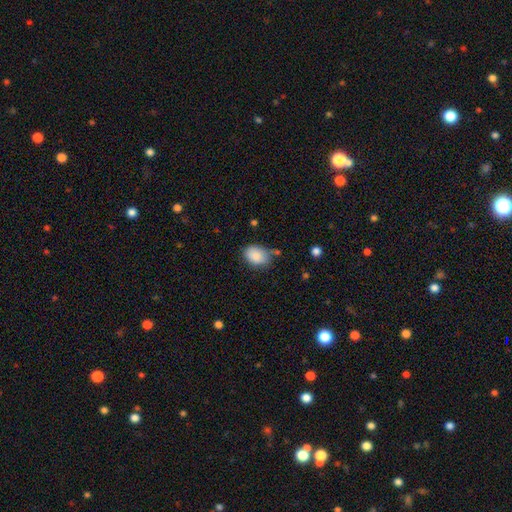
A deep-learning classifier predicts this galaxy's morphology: Q: Smooth or featured?
A: smooth (87%); runner-up: star or artifact (7%)
Q: How rounded?
A: in between (78%); runner-up: round (21%)
Q: Merging?
A: none (67%); runner-up: minor disturbance (23%)